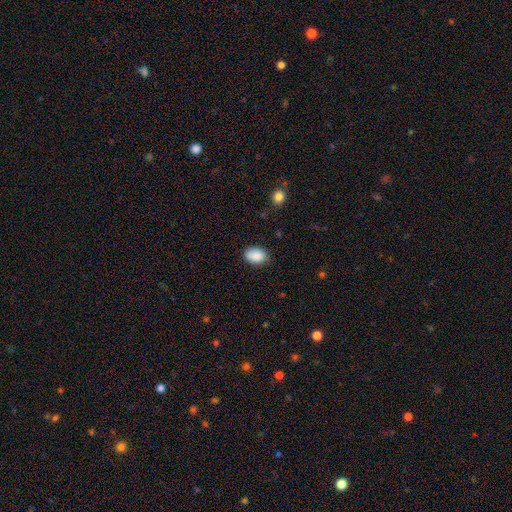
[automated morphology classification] Smooth or featured?
  - smooth: 88% *
  - star or artifact: 7%
  - featured or disk: 4%
How rounded?
  - in between: 83% *
  - round: 16%
  - cigar-shaped: 1%
Merging?
  - none: 77% *
  - minor disturbance: 19%
  - major disturbance: 3%
  - merger: 1%